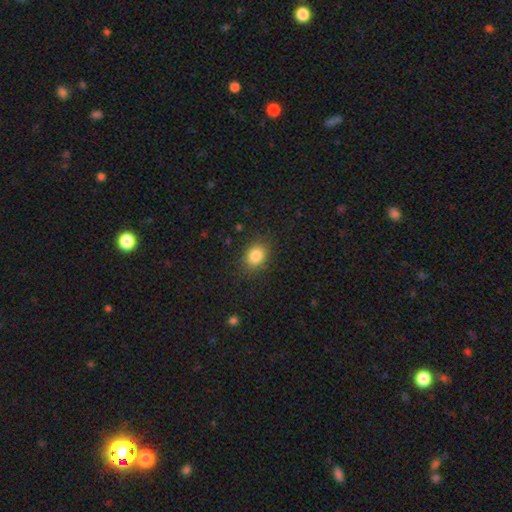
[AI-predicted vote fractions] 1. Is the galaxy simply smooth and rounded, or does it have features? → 84% smooth, 10% star or artifact, 6% featured or disk.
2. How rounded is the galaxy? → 54% in between, 45% round, 1% cigar-shaped.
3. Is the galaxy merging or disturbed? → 84% none, 11% minor disturbance, 3% major disturbance, 1% merger.